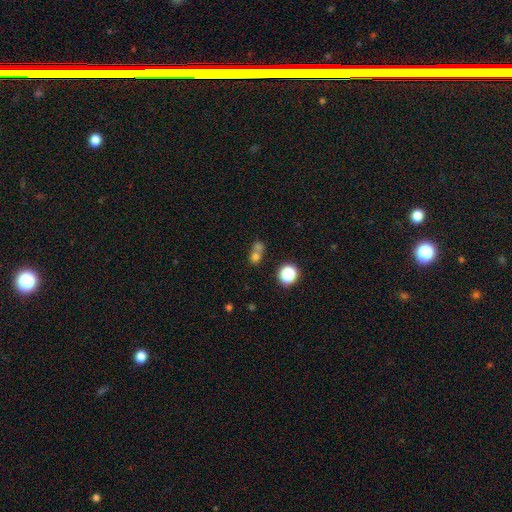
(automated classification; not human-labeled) The model was most divided on "merging": merger: 54%, none: 32%, minor disturbance: 8%, major disturbance: 6%. More confident: how rounded — round (72%); smooth or featured — smooth (69%).